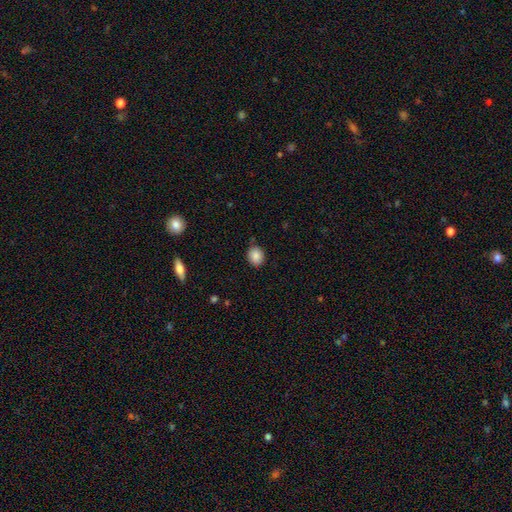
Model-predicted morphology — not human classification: The model was most divided on "how rounded": round: 61%, in between: 38%, cigar-shaped: 1%. More confident: smooth or featured — smooth (87%); merging — none (82%).